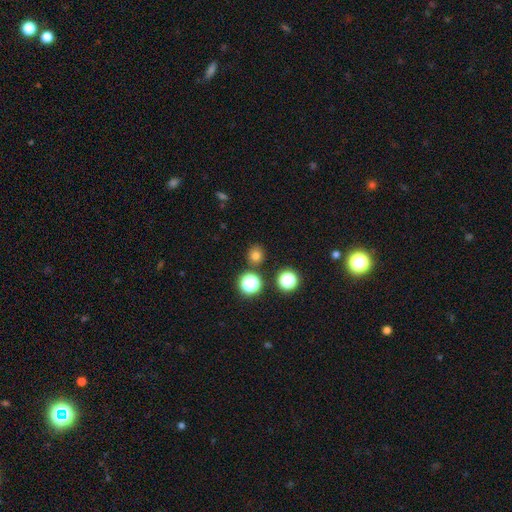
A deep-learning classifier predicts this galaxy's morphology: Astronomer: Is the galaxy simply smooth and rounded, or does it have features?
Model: smooth — 74%.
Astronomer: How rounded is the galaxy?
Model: round — 90%.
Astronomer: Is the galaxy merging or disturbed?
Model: none — 86%.